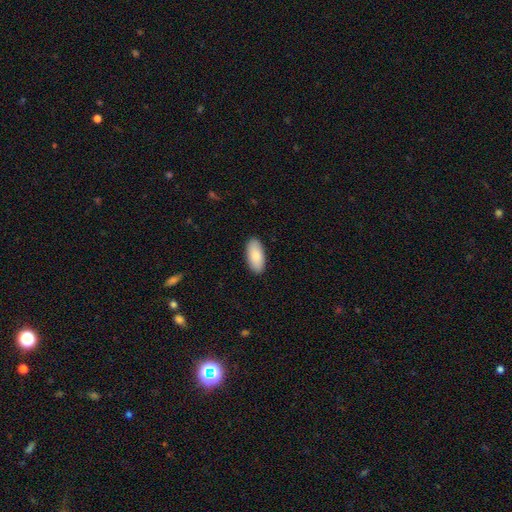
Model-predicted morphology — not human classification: Smooth or featured: smooth — 85% (featured or disk — 9%)
How rounded: in between — 92% (cigar-shaped — 6%)
Merging: none — 90% (minor disturbance — 8%)